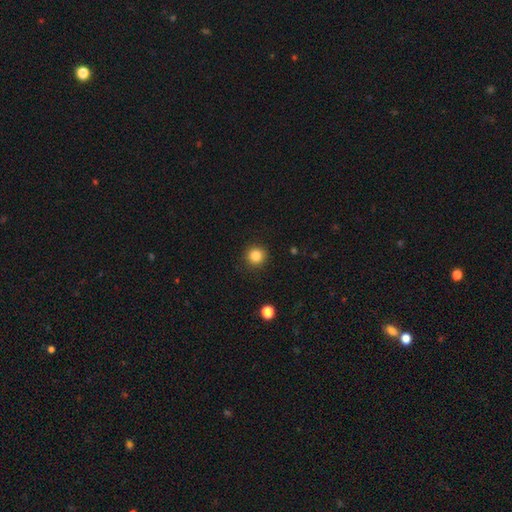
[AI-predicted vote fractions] Smooth or featured: smooth — 84% (star or artifact — 11%)
How rounded: round — 94% (in between — 5%)
Merging: none — 91% (minor disturbance — 6%)